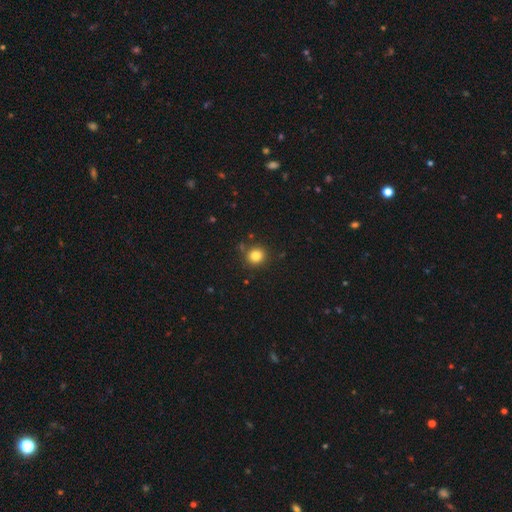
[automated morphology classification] Smooth or featured?
  - smooth: 82% *
  - star or artifact: 12%
  - featured or disk: 6%
How rounded?
  - round: 91% *
  - in between: 8%
  - cigar-shaped: 1%
Merging?
  - none: 84% *
  - minor disturbance: 9%
  - merger: 4%
  - major disturbance: 3%